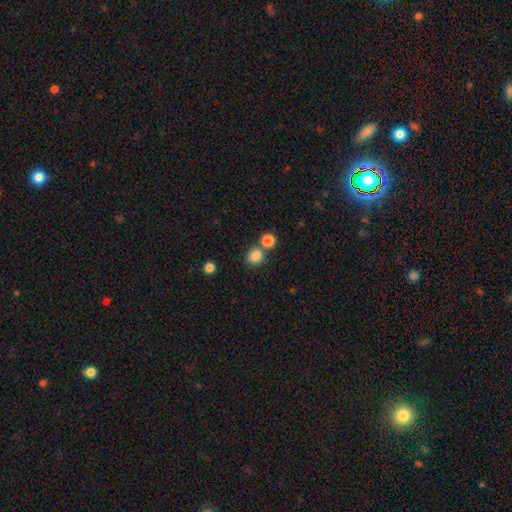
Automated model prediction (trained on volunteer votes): This is clearly a smooth galaxy (83%). How rounded: clearly round (85%). Merging: likely none (68%).